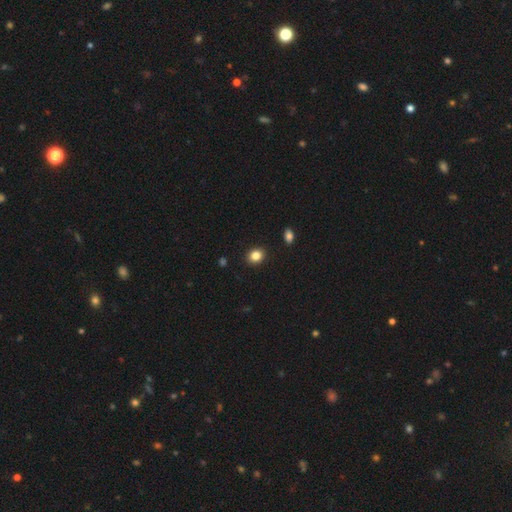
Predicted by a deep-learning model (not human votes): smooth 84%, star or artifact 11%, featured or disk 5%. Down the decision tree: how rounded — round (64%); merging — none (91%).